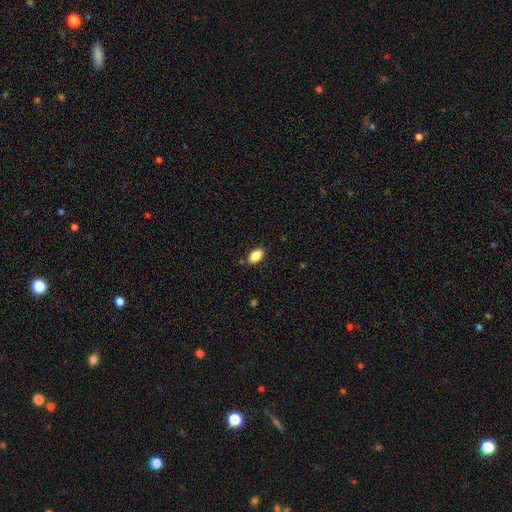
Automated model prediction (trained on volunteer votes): Smooth or featured: smooth — 84% (star or artifact — 8%)
How rounded: in between — 91% (round — 6%)
Merging: none — 83% (minor disturbance — 12%)